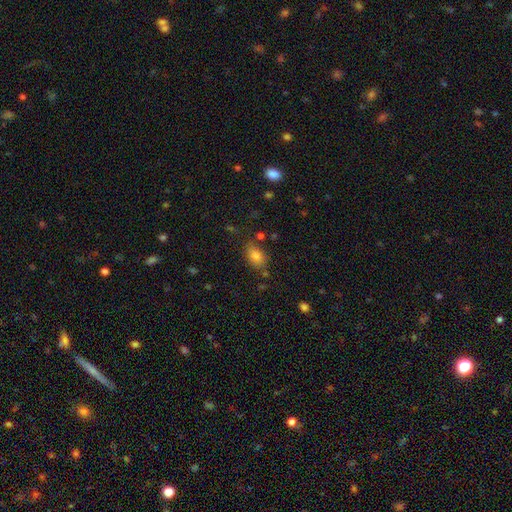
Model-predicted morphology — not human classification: A smooth galaxy with no disk features (81%) that is in between round and cigar-shaped (82%). Merging: none (75%).